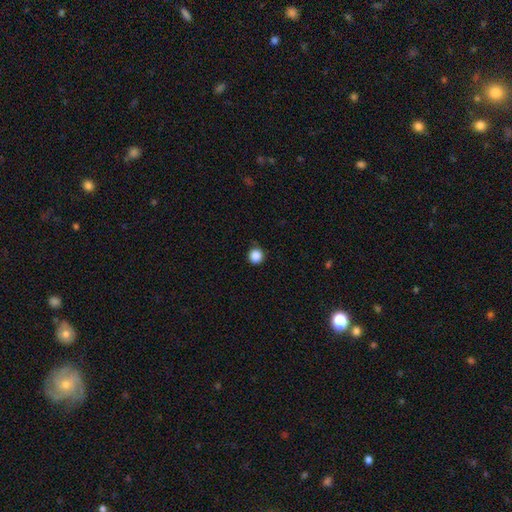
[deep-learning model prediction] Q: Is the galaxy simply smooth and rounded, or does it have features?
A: smooth — 87%.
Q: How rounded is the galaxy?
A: round — 95%.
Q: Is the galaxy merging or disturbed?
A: none — 89%.